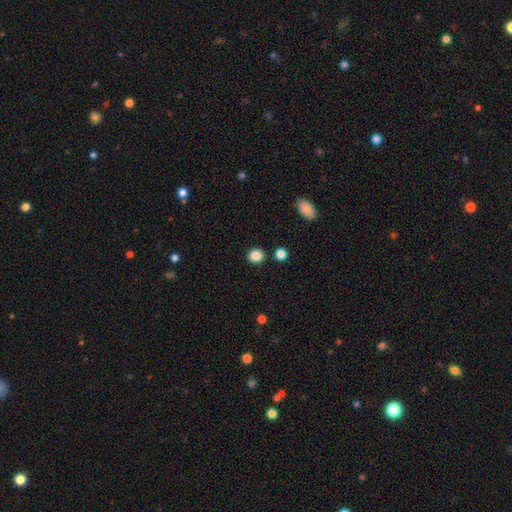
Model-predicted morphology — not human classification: The model was most divided on "how rounded": round: 84%, in between: 15%, cigar-shaped: 1%. More confident: merging — none (88%); smooth or featured — smooth (86%).